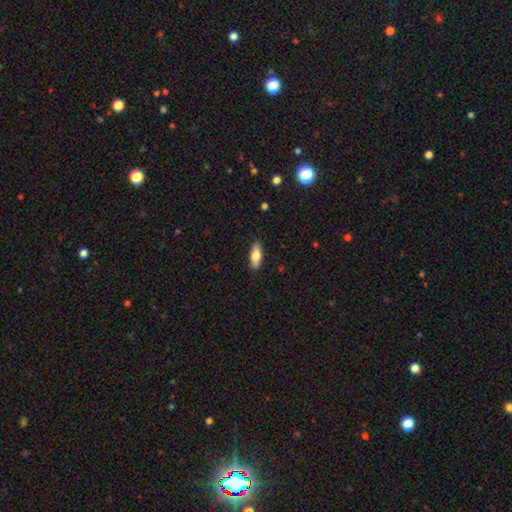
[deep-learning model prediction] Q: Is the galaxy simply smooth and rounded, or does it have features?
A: smooth — 78%.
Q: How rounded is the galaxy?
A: in between — 67%.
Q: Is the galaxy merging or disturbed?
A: none — 88%.